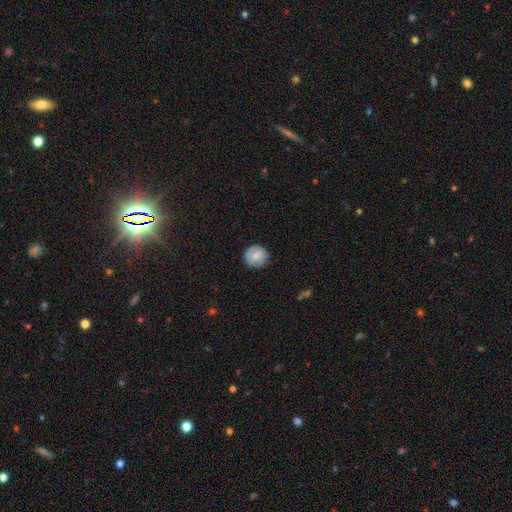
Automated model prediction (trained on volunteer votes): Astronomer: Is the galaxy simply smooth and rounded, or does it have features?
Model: smooth — 65%.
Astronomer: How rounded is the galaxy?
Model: round — 92%.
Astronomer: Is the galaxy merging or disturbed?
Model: none — 84%.